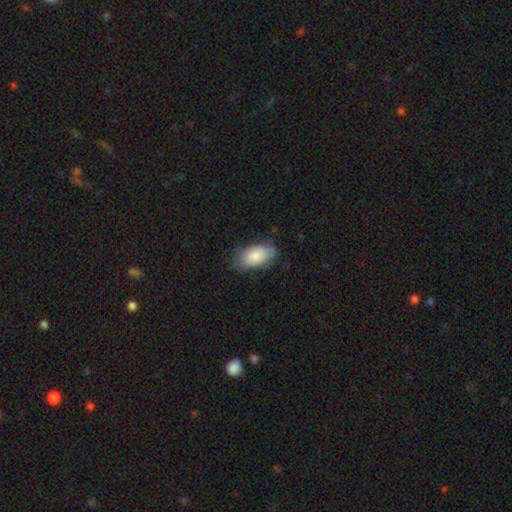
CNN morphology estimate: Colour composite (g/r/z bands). It shows a smooth galaxy with no disk features (82%) that is in between round and cigar-shaped (93%). Merging: none (66%).